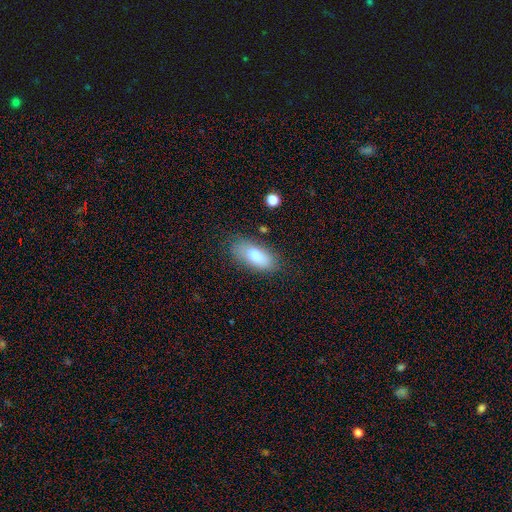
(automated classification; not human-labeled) Smooth or featured: smooth — 79% (featured or disk — 14%)
How rounded: in between — 85% (cigar-shaped — 12%)
Merging: none — 77% (minor disturbance — 16%)